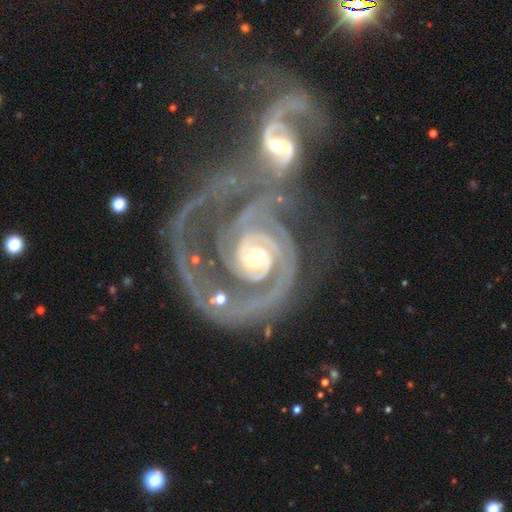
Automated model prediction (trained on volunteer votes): featured or disk 93%, star or artifact 4%, smooth 3%. Down the decision tree: edge-on disk — no (98%); bar — no (58%); spiral arms — yes (98%); spiral arm count — 2 (57%); spiral winding — tight (64%); bulge size — small (47%); merging — merger (65%).